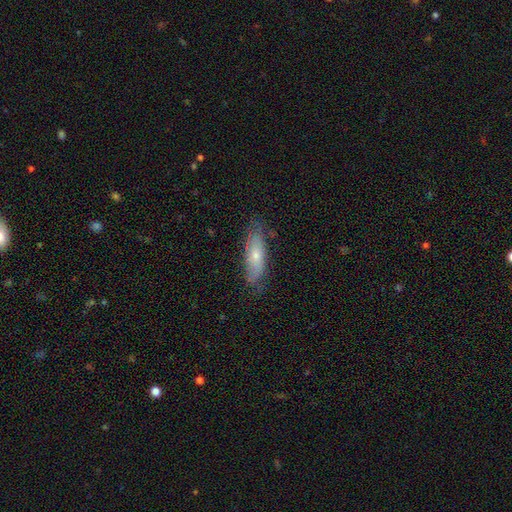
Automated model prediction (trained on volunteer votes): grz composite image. It shows a smooth galaxy with no disk features (59%) that is in between round and cigar-shaped (55%). Merging: none (71%).